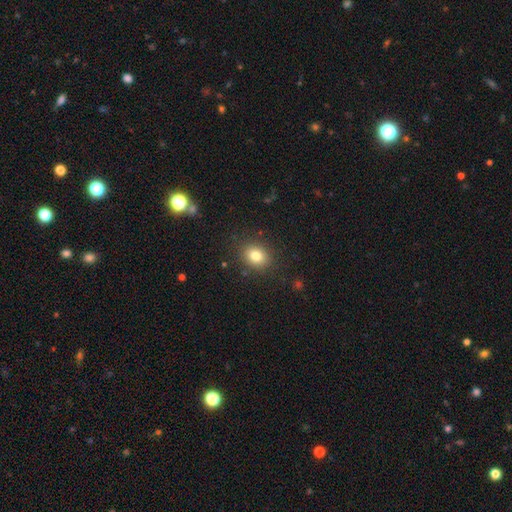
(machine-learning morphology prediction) Q: Smooth or featured?
A: smooth (80%); runner-up: star or artifact (11%)
Q: How rounded?
A: round (52%); runner-up: in between (47%)
Q: Merging?
A: none (86%); runner-up: minor disturbance (9%)